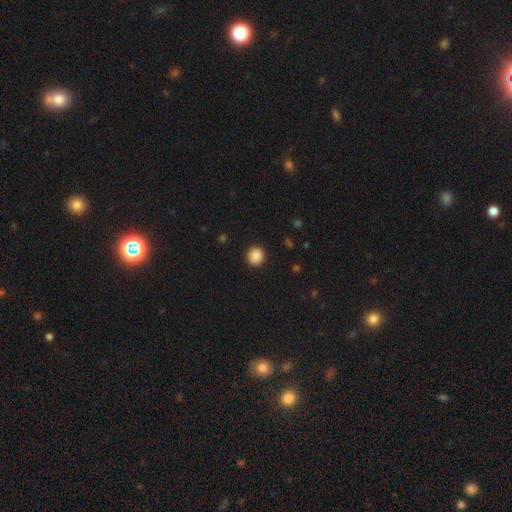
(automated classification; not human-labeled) This is clearly a smooth galaxy (89%). How rounded: clearly round (91%). Merging: clearly none (91%).